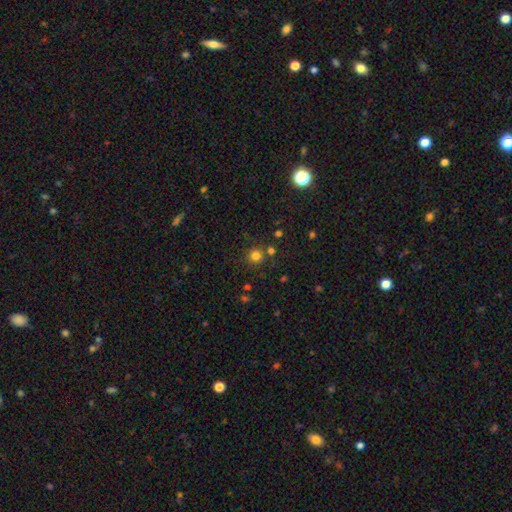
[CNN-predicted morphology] smooth-or-featured: smooth: 77% | star or artifact: 17% | featured or disk: 6%
  how-rounded: round: 93% | in between: 6% | cigar-shaped: 1%
  merging: none: 79% | merger: 10% | minor disturbance: 8% | major disturbance: 3%